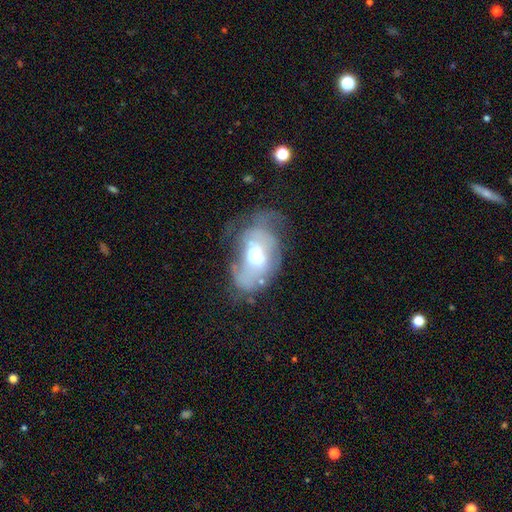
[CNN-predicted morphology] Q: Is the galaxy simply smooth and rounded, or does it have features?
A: featured or disk — 53%.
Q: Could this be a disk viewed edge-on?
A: no — 95%.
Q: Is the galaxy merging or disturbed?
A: major disturbance — 42%.